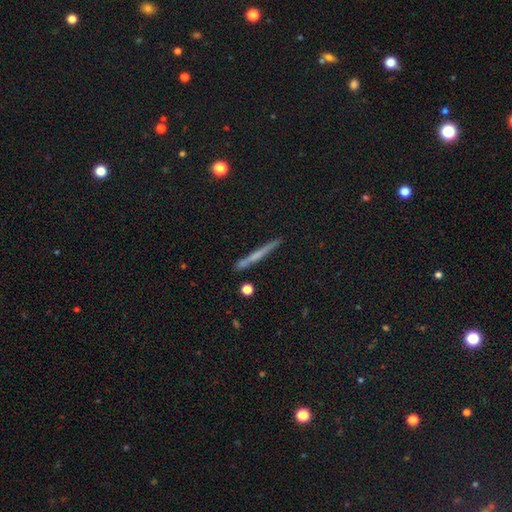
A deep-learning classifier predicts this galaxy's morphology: Smooth or featured: featured or disk — 47% (smooth — 45%)
Merging: none — 88% (minor disturbance — 8%)